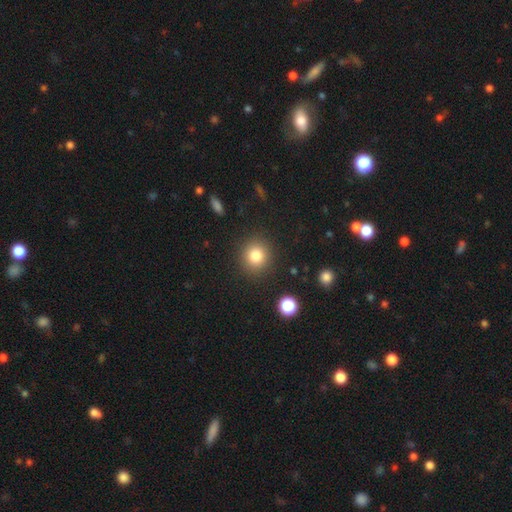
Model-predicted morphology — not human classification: Smooth or featured: smooth — 82% (star or artifact — 11%)
How rounded: round — 89% (in between — 10%)
Merging: none — 89% (minor disturbance — 7%)